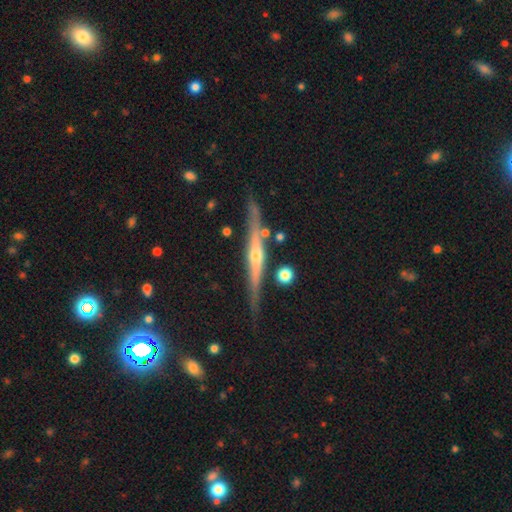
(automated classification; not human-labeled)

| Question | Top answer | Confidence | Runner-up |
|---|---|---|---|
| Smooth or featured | featured or disk | 78% | smooth (15%) |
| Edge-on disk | yes | 96% | no (4%) |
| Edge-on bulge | rounded | 82% | none (13%) |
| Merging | none | 81% | minor disturbance (12%) |